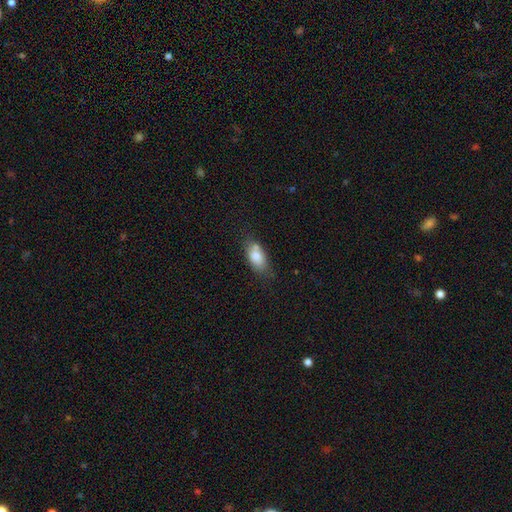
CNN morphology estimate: Smooth or featured? Predicted: smooth (p=0.79). How rounded? Predicted: in between (p=0.87). Merging? Predicted: none (p=0.58).